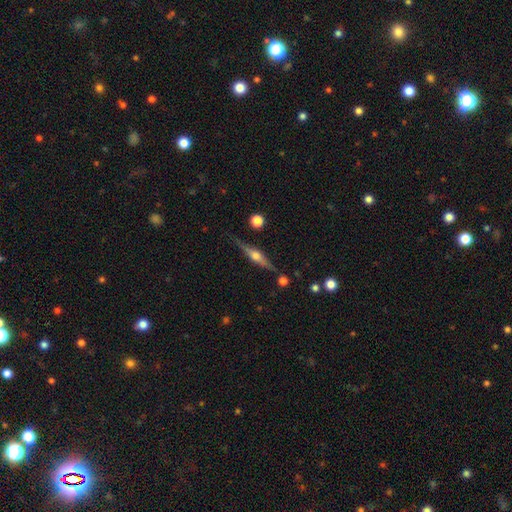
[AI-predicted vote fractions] Q: Smooth or featured?
A: featured or disk (78%); runner-up: smooth (15%)
Q: Edge-on disk?
A: yes (97%); runner-up: no (3%)
Q: Edge-on bulge?
A: rounded (92%); runner-up: boxy (6%)
Q: Merging?
A: none (85%); runner-up: minor disturbance (10%)